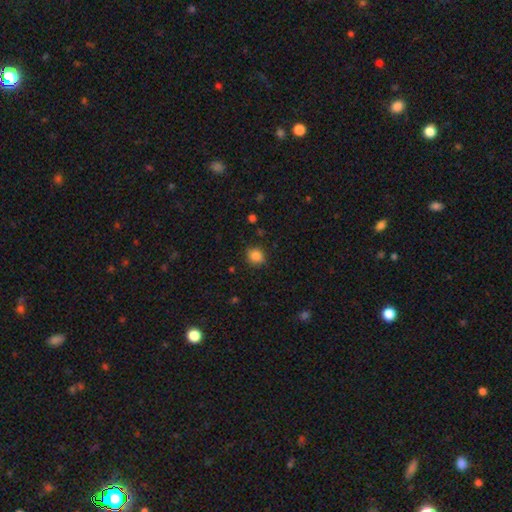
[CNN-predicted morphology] A smooth galaxy with no disk features (85%) that is round (73%). Merging: none (86%).